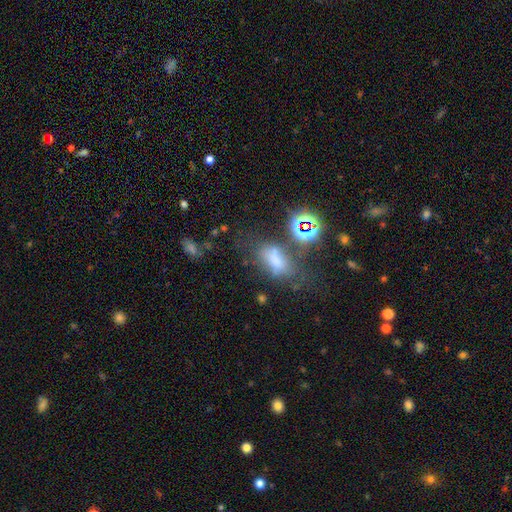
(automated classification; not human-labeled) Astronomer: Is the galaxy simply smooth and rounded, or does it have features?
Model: smooth — 41% (runner-up: star or artifact, 37%).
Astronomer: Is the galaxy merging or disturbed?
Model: none — 53%.